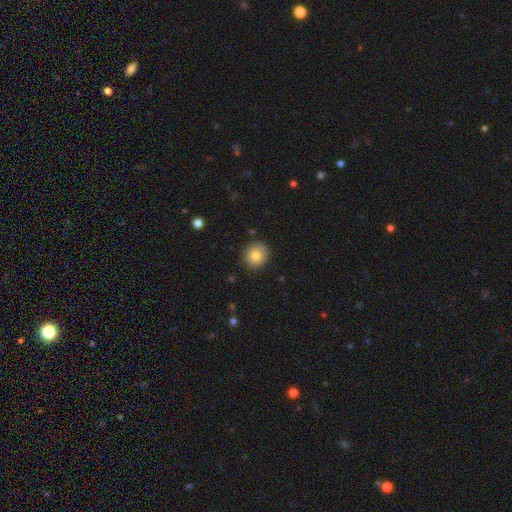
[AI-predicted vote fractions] Overall: smooth (81%). How rounded: round (90%). Merging: none (89%).